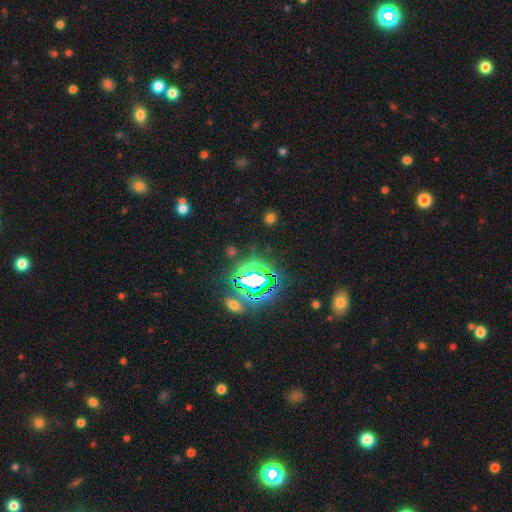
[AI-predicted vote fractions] smooth-or-featured: star or artifact: 80% | smooth: 12% | featured or disk: 9%